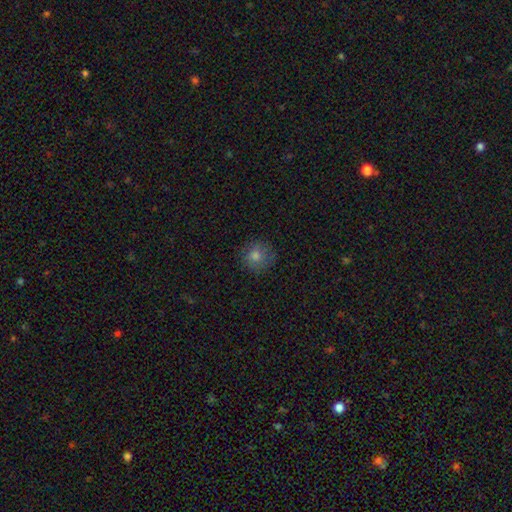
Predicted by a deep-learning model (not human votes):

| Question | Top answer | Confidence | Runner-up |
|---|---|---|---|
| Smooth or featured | smooth | 73% | star or artifact (14%) |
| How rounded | round | 92% | in between (7%) |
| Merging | none | 84% | minor disturbance (12%) |